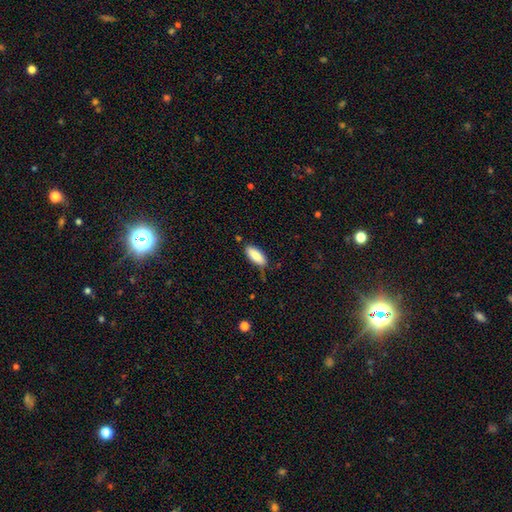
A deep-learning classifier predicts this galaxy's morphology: Smooth or featured? smooth (88%)
How rounded? in between (82%)
Merging? none (76%)